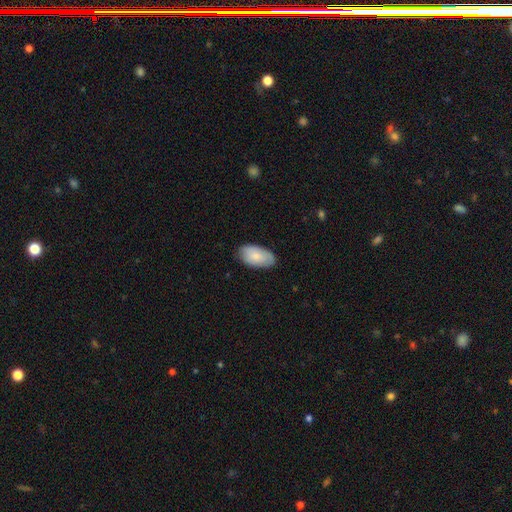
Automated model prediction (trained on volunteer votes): Overall: smooth (79%). How rounded: in between (95%). Merging: none (80%).